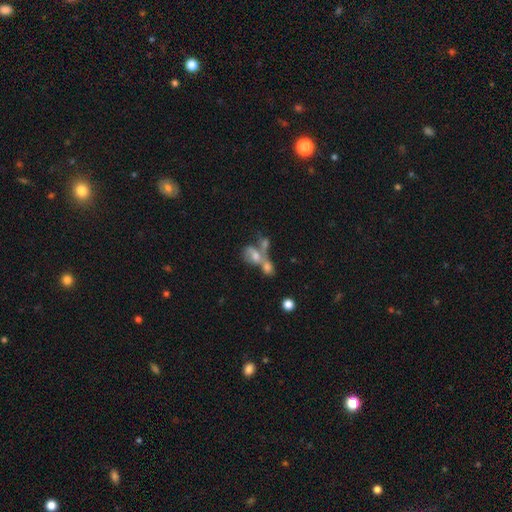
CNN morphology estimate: Smooth or featured?
  - smooth: 45% *
  - featured or disk: 40%
  - star or artifact: 15%
Merging?
  - merger: 62% *
  - none: 18%
  - major disturbance: 11%
  - minor disturbance: 9%